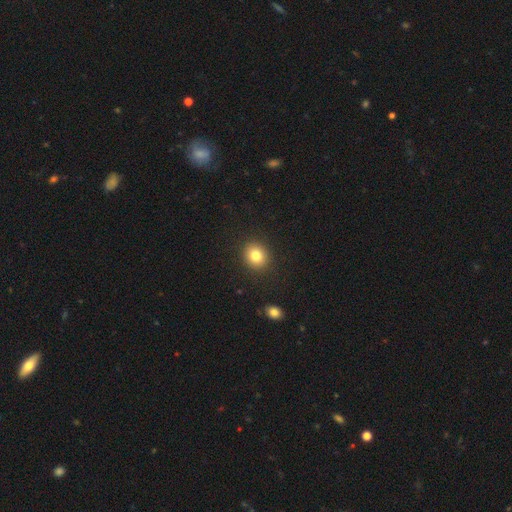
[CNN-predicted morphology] smooth_or_featured: smooth (p=0.81) [alt: star or artifact p=0.11]
how_rounded: round (p=0.76) [alt: in between p=0.23]
merging: none (p=0.90) [alt: minor disturbance p=0.06]